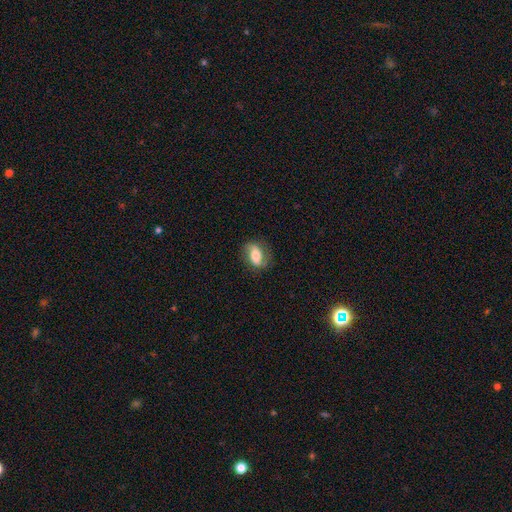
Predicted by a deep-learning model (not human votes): This appears to be a smooth galaxy with no disk features (47%). Merging: none (77%).